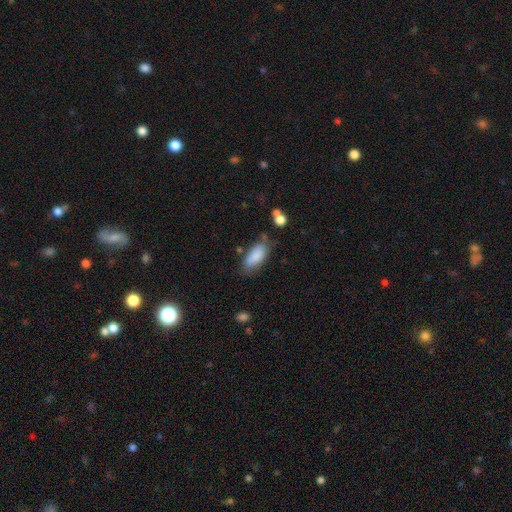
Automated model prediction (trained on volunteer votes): Morphology: type=smooth (85%); roundness=in between (85%); merging=none (61%).